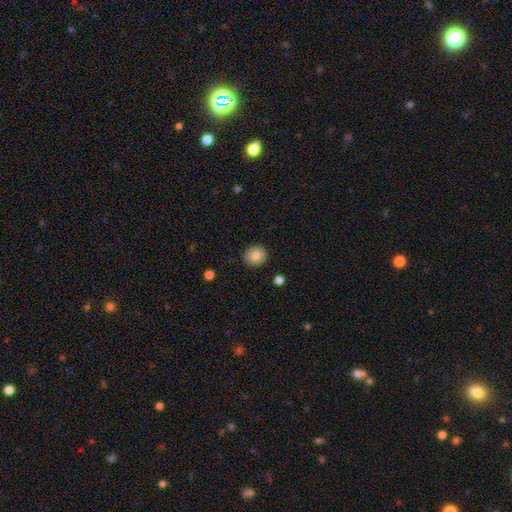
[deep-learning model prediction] The model was most divided on "how rounded": round: 83%, in between: 16%, cigar-shaped: 1%. More confident: merging — none (89%); smooth or featured — smooth (84%).